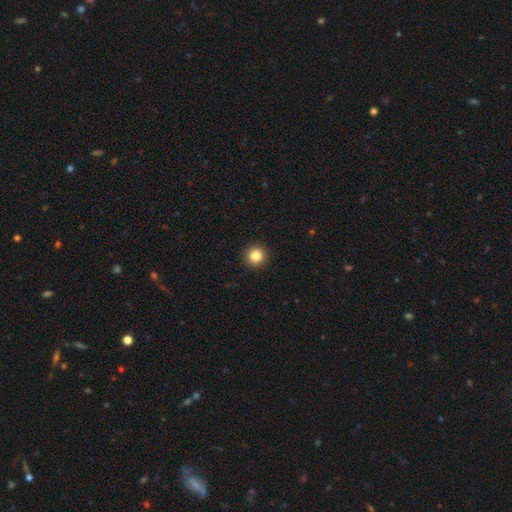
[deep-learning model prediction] Smooth or featured?
  - smooth: 83% *
  - star or artifact: 11%
  - featured or disk: 6%
How rounded?
  - round: 95% *
  - in between: 4%
  - cigar-shaped: 1%
Merging?
  - none: 93% *
  - minor disturbance: 4%
  - major disturbance: 1%
  - merger: 1%